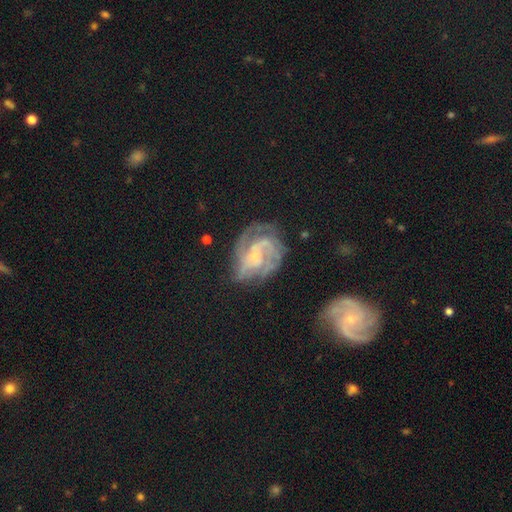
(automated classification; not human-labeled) Q: Smooth or featured?
A: featured or disk (84%); runner-up: smooth (9%)
Q: Edge-on disk?
A: no (97%); runner-up: yes (3%)
Q: Bar?
A: no (53%); runner-up: weak (38%)
Q: Spiral arms?
A: yes (94%); runner-up: no (6%)
Q: Spiral winding?
A: tight (45%); runner-up: medium (43%)
Q: Spiral arm count?
A: 3 (33%); runner-up: 2 (27%)
Q: Bulge size?
A: small (66%); runner-up: moderate (26%)
Q: Merging?
A: none (59%); runner-up: minor disturbance (22%)